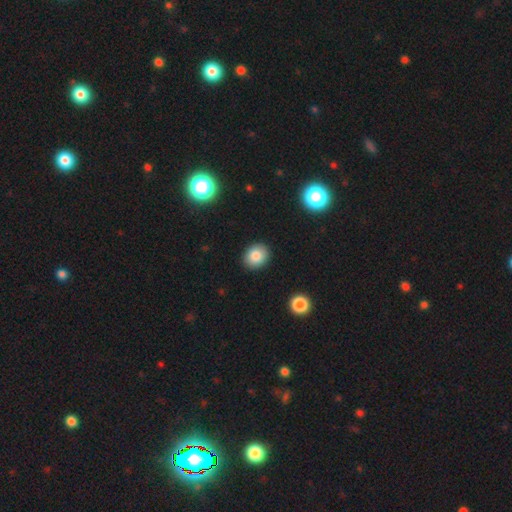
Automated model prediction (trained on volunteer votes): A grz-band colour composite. It shows a smooth galaxy with no disk features (84%) that is round (64%). Merging: none (90%).